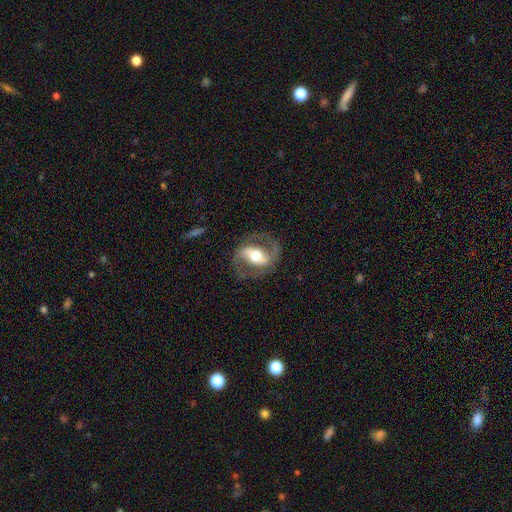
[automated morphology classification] featured or disk 85%, smooth 10%, star or artifact 5%. Down the decision tree: edge-on disk — no (96%); bar — strong (52%); spiral arms — yes (91%); spiral arm count — 2 (92%); spiral winding — medium (55%); bulge size — moderate (62%); merging — none (78%).